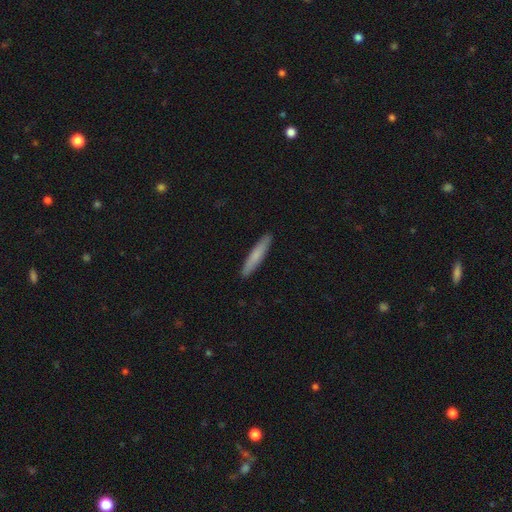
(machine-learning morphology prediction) This is likely a smooth galaxy (76%). How rounded: clearly cigar-shaped (93%). Merging: clearly none (92%).